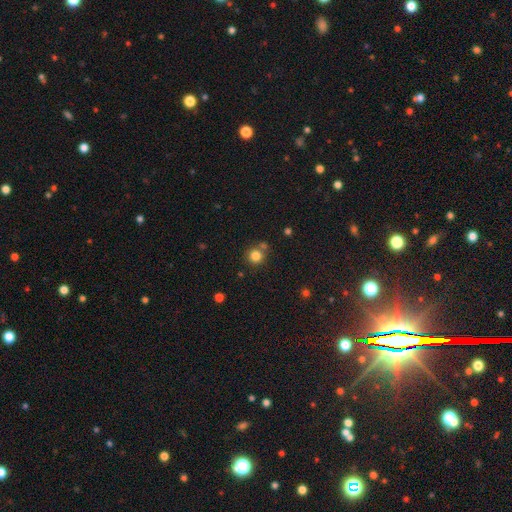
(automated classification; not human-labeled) Q: Smooth or featured?
A: smooth (82%); runner-up: star or artifact (12%)
Q: How rounded?
A: round (91%); runner-up: in between (8%)
Q: Merging?
A: none (69%); runner-up: merger (18%)